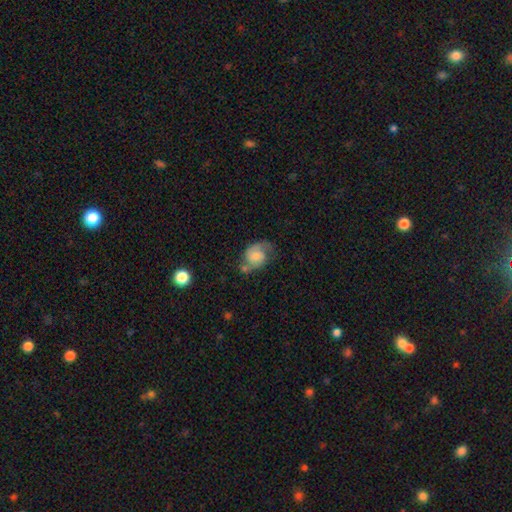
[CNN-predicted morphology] smooth_or_featured: featured or disk (p=0.62) [alt: smooth p=0.30]
disk_edge_on: no (p=0.97) [alt: yes p=0.03]
bar: no (p=0.61) [alt: weak p=0.33]
has_spiral_arms: yes (p=0.90) [alt: no p=0.10]
spiral_winding: medium (p=0.48) [alt: loose p=0.32]
spiral_arm_count: 2 (p=0.78) [alt: 1 p=0.13]
bulge_size: small (p=0.33) [alt: moderate p=0.31]
merging: none (p=0.49) [alt: minor disturbance p=0.26]